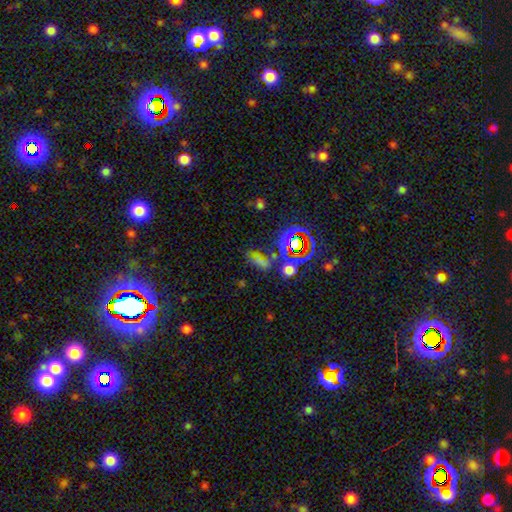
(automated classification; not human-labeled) Morphology: type=smooth (46%); merging=none (48%).